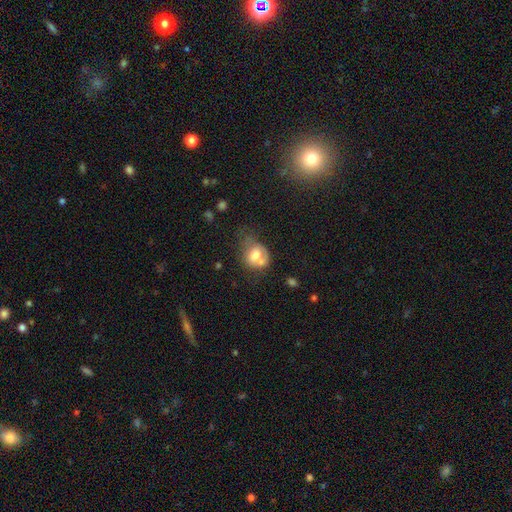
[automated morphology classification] Q: Smooth or featured?
A: smooth (64%); runner-up: featured or disk (27%)
Q: How rounded?
A: round (52%); runner-up: in between (47%)
Q: Merging?
A: merger (28%); runner-up: none (27%)